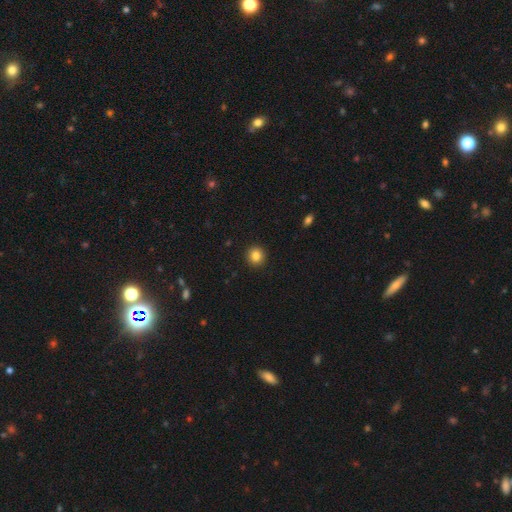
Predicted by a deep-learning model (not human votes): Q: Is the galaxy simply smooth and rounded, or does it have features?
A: smooth — 85%.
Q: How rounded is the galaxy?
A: round — 91%.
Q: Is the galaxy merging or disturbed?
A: none — 93%.